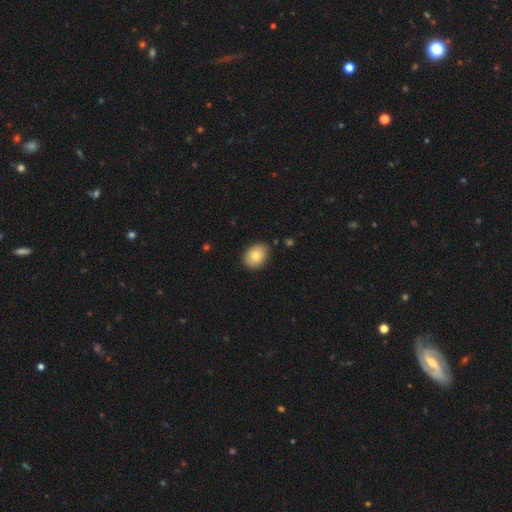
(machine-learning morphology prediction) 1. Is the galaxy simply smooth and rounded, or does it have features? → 82% smooth, 11% featured or disk, 8% star or artifact.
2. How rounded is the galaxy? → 65% in between, 34% round, 1% cigar-shaped.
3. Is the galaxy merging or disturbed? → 82% none, 14% minor disturbance, 2% major disturbance, 2% merger.